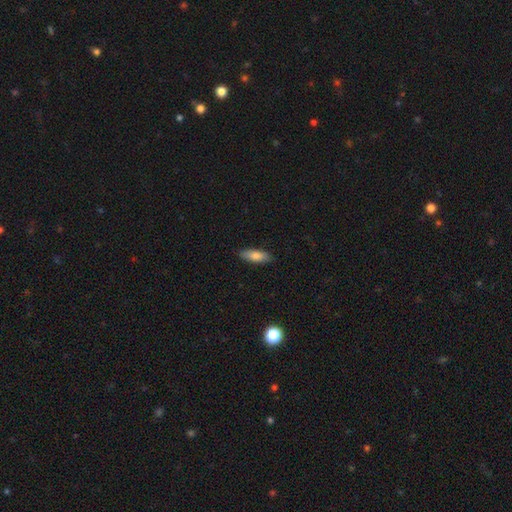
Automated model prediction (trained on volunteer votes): Morphology: type=smooth (79%); roundness=in between (64%); merging=none (89%).